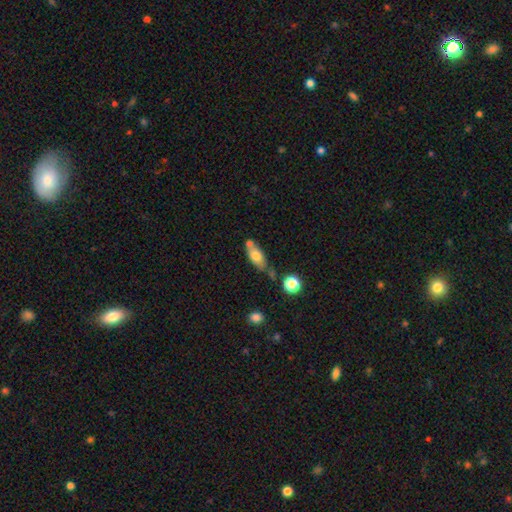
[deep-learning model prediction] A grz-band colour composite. It shows a smooth galaxy with no disk features (69%) that is in between round and cigar-shaped (77%). Merging: none (52%).